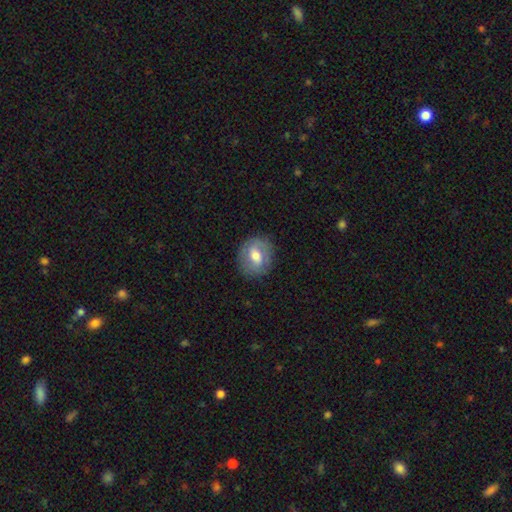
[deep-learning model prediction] The model was most divided on "smooth or featured": smooth: 51%, featured or disk: 41%, star or artifact: 7%. More confident: merging — none (81%); how rounded — round (63%).